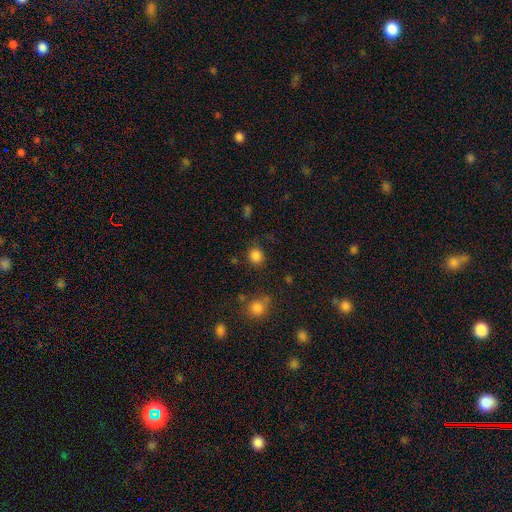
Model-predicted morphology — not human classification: Smooth or featured? Predicted: smooth (p=0.84). How rounded? Predicted: round (p=0.82). Merging? Predicted: none (p=0.80).